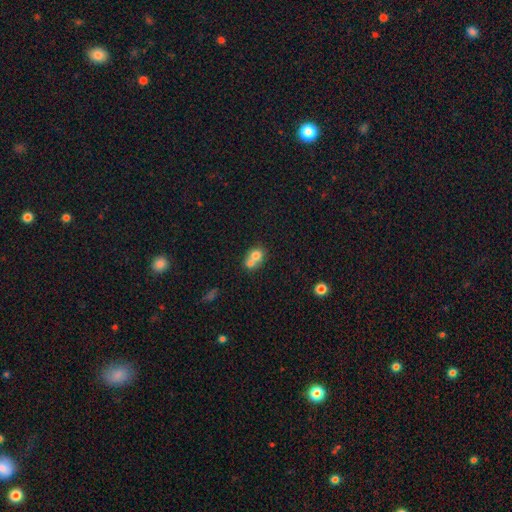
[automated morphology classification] Smooth or featured? smooth (70%)
How rounded? round (66%)
Merging? merger (66%)